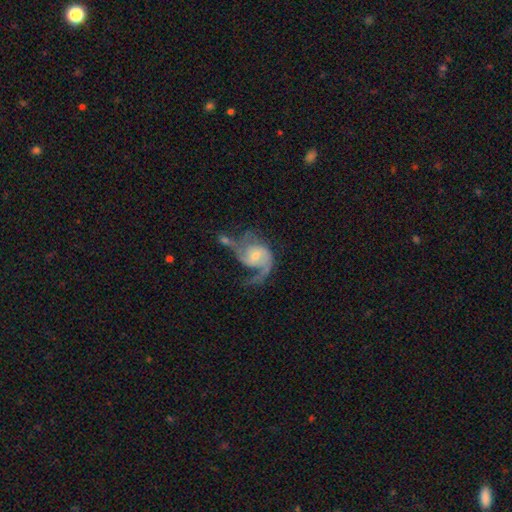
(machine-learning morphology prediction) Smooth or featured?
  - featured or disk: 84% *
  - smooth: 10%
  - star or artifact: 5%
Edge-on disk?
  - no: 98% *
  - yes: 2%
Bar?
  - no: 50% *
  - weak: 41%
  - strong: 9%
Spiral arms?
  - yes: 94% *
  - no: 6%
Spiral winding?
  - medium: 43% *
  - loose: 41%
  - tight: 15%
Spiral arm count?
  - 2: 65% *
  - 1: 18%
  - can't tell: 7%
  - 3: 7%
  - 4: 2%
  - more than 4: 2%
Bulge size?
  - small: 50% *
  - moderate: 42%
  - large: 4%
  - none: 4%
  - dominant: 1%
Merging?
  - none: 36% *
  - major disturbance: 31%
  - minor disturbance: 19%
  - merger: 14%